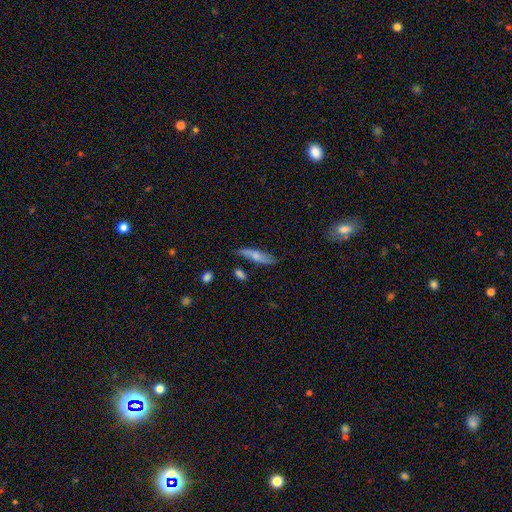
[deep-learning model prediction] A smooth galaxy with no disk features (58%) that is cigar-shaped (70%).

Vote fractions:
- Smooth or featured? smooth: 58% / featured or disk: 36% / star or artifact: 7%
- How rounded? cigar-shaped: 70% / in between: 27% / round: 3%
- Merging? none: 65% / minor disturbance: 23% / major disturbance: 6% / merger: 6%